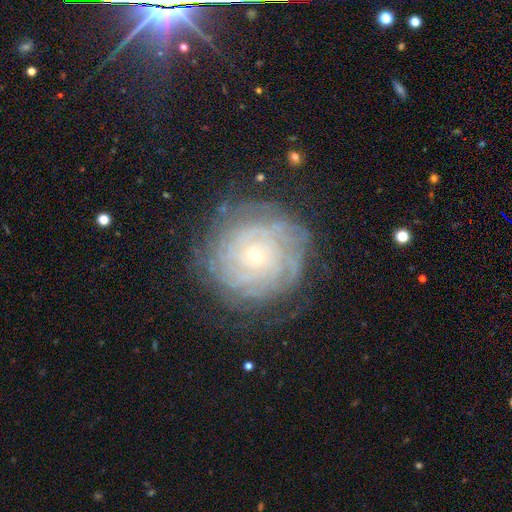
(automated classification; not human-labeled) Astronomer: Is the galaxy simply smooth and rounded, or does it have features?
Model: featured or disk — 80%.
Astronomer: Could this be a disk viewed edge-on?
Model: no — 97%.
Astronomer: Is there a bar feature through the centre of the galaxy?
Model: no — 80%.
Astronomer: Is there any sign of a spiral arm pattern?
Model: yes — 93%.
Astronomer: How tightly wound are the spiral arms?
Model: tight — 84%.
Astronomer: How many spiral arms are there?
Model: can't tell — 42% (runner-up: more than 4, 18%).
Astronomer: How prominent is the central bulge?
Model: small — 79%.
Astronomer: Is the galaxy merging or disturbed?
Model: none — 78%.